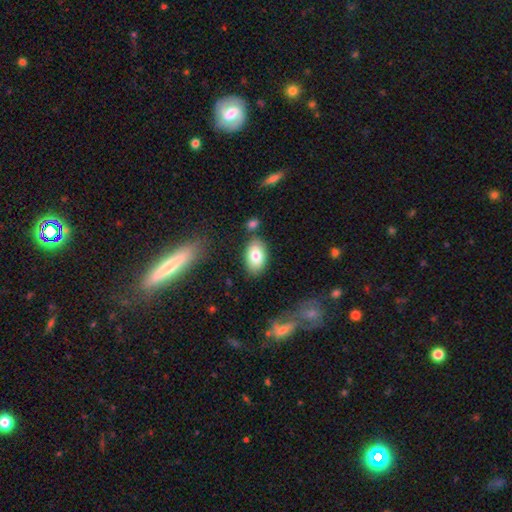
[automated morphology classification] A smooth galaxy with no disk features (78%) that is in between round and cigar-shaped (93%). Merging: none (79%).